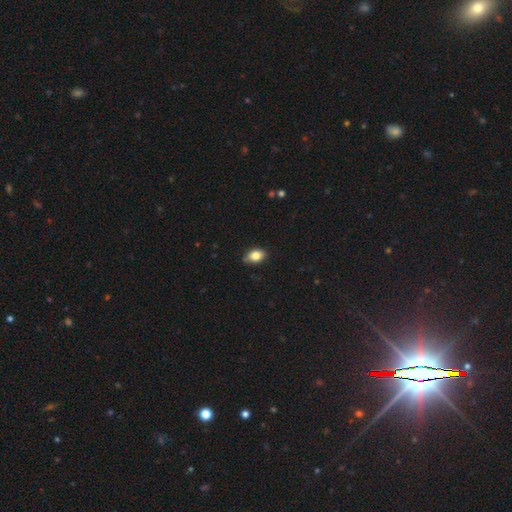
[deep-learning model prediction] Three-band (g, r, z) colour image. It shows a smooth galaxy with no disk features (82%) that is in between round and cigar-shaped (82%). Merging: none (78%).